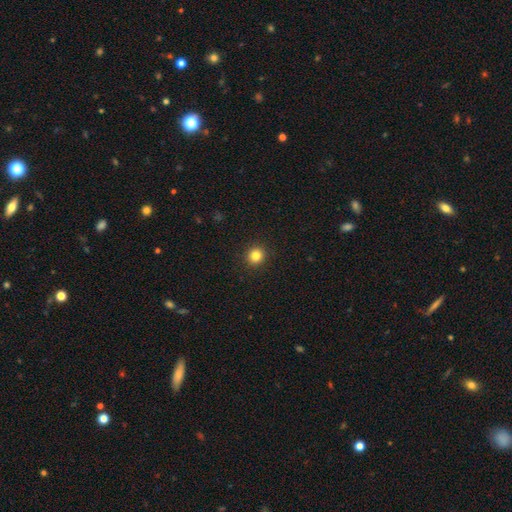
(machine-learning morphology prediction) Q: Smooth or featured?
A: smooth (83%); runner-up: star or artifact (12%)
Q: How rounded?
A: round (91%); runner-up: in between (8%)
Q: Merging?
A: none (93%); runner-up: minor disturbance (5%)